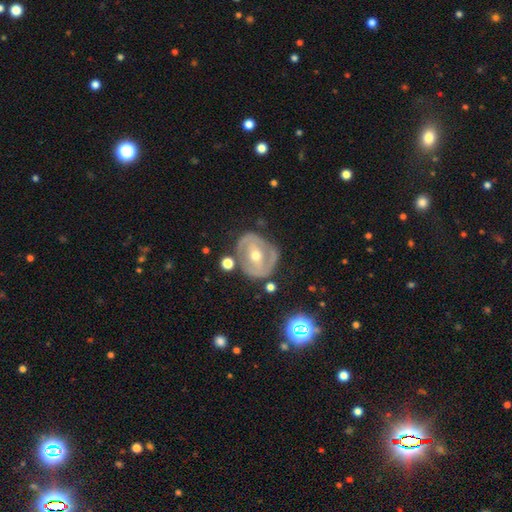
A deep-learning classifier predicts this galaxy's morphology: This is likely a featured or disk galaxy (76%). It is clearly not viewed edge-on (96%). Bar: marginally weak (36%). Spiral arm pattern: likely yes (62%). Central bulge: likely moderate (61%). Merging: likely none (71%).